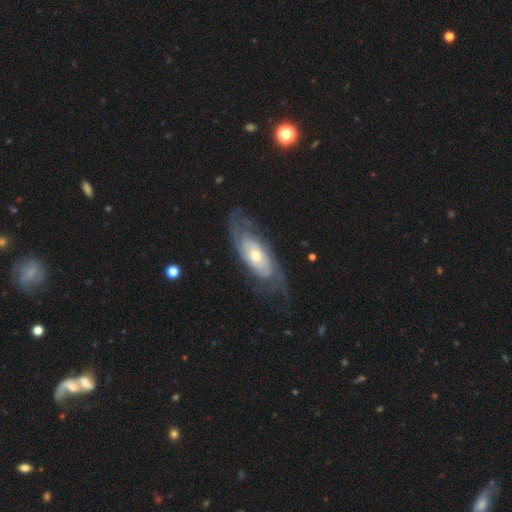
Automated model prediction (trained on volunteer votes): Smooth or featured?
  - featured or disk: 78% *
  - smooth: 18%
  - star or artifact: 5%
Edge-on disk?
  - no: 89% *
  - yes: 11%
Bar?
  - no: 77% *
  - weak: 17%
  - strong: 6%
Spiral arms?
  - yes: 85% *
  - no: 15%
Spiral winding?
  - tight: 53% *
  - medium: 31%
  - loose: 16%
Spiral arm count?
  - 2: 40% * (tied)
  - can't tell: 40% * (tied)
  - 3: 8%
  - 1: 5%
  - 4: 4%
  - more than 4: 3%
Bulge size?
  - moderate: 56% *
  - small: 36%
  - large: 5%
  - dominant: 1%
  - none: 1%
Merging?
  - none: 64% *
  - minor disturbance: 19%
  - major disturbance: 15%
  - merger: 2%